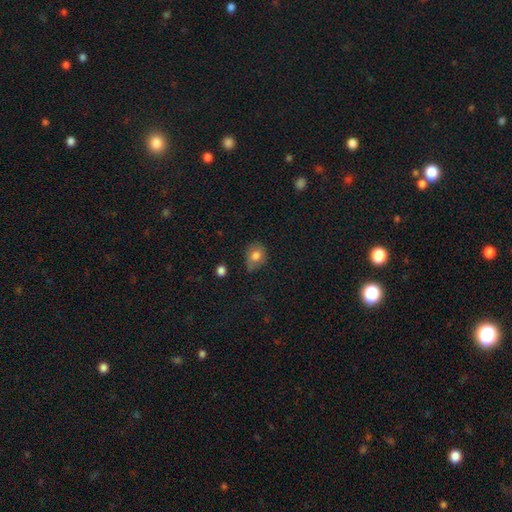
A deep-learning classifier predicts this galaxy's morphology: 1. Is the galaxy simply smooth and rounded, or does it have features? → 78% smooth, 12% featured or disk, 10% star or artifact.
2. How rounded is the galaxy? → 52% round, 47% in between, 1% cigar-shaped.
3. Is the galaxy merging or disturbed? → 49% none, 37% minor disturbance, 10% major disturbance, 3% merger.